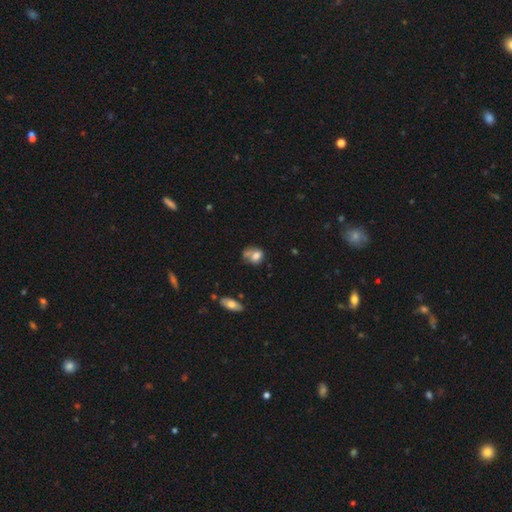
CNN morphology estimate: smooth 69%, featured or disk 21%, star or artifact 10%. Down the decision tree: how rounded — in between (60%); merging — none (33%).